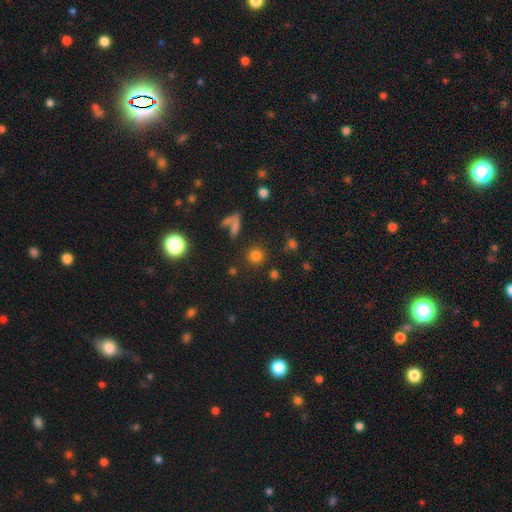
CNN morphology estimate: Smooth or featured: smooth — 76% (star or artifact — 18%)
How rounded: round — 89% (in between — 9%)
Merging: none — 82% (minor disturbance — 7%)